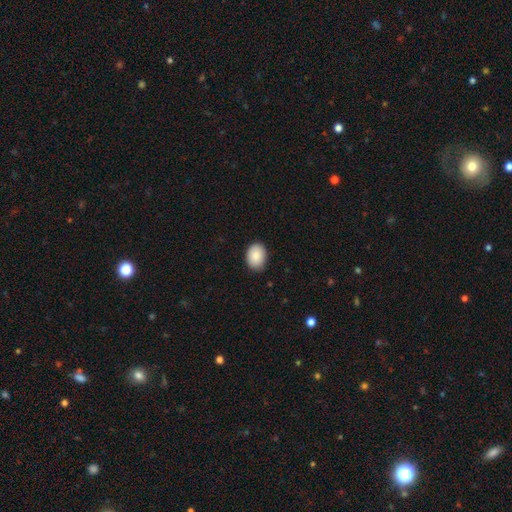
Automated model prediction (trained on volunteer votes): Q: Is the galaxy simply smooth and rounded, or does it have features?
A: smooth — 88%.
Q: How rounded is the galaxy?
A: in between — 70%.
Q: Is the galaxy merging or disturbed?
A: none — 84%.